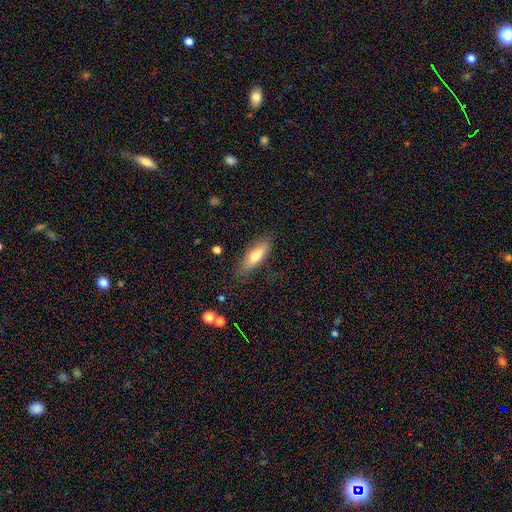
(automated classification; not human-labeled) smooth_or_featured: smooth (p=0.74) [alt: featured or disk p=0.20]
how_rounded: in between (p=0.53) [alt: cigar-shaped p=0.45]
merging: none (p=0.83) [alt: minor disturbance p=0.13]